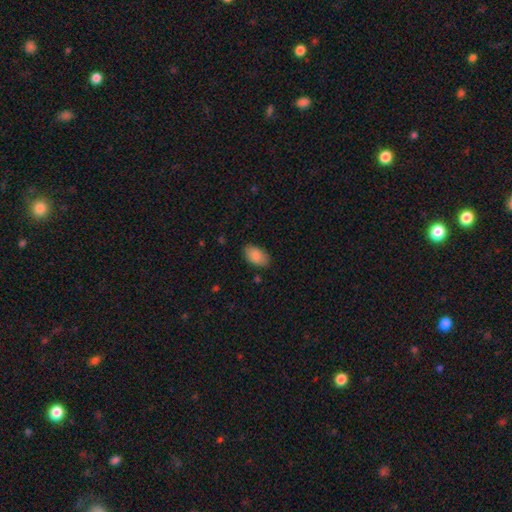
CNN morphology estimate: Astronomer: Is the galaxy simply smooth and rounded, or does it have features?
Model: smooth — 89%.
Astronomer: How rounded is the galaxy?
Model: in between — 94%.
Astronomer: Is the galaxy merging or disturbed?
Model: none — 84%.